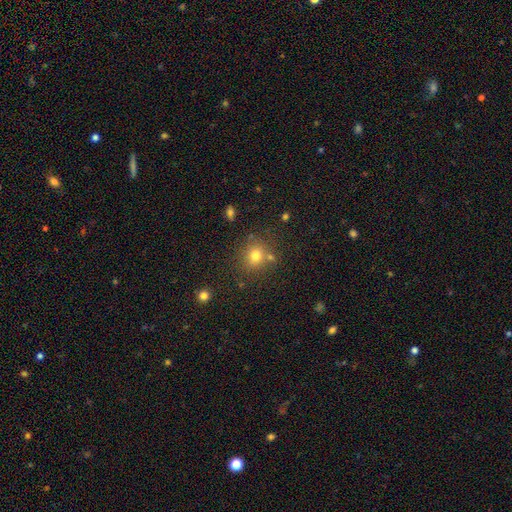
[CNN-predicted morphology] smooth_or_featured: smooth (p=0.76) [alt: star or artifact p=0.15]
how_rounded: round (p=0.83) [alt: in between p=0.16]
merging: none (p=0.74) [alt: merger p=0.11]